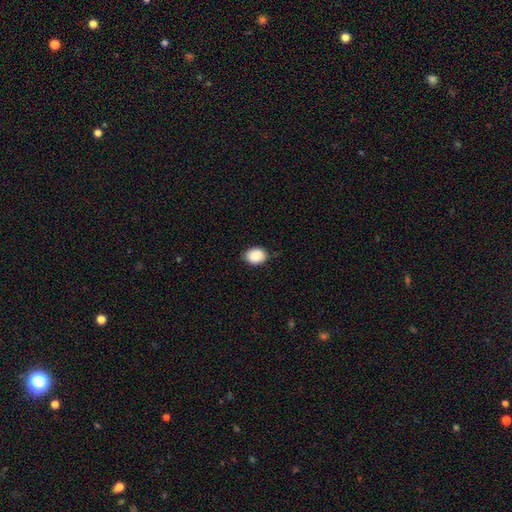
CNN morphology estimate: Q: Smooth or featured?
A: smooth (90%); runner-up: star or artifact (7%)
Q: How rounded?
A: in between (75%); runner-up: round (24%)
Q: Merging?
A: none (81%); runner-up: minor disturbance (16%)